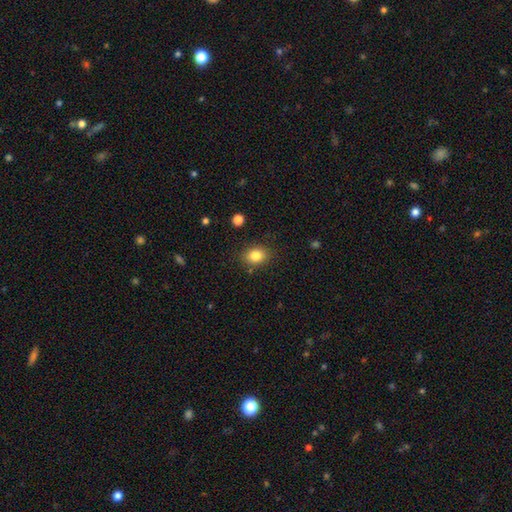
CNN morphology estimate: type=smooth (83%); roundness=in between (56%); merging=none (85%).